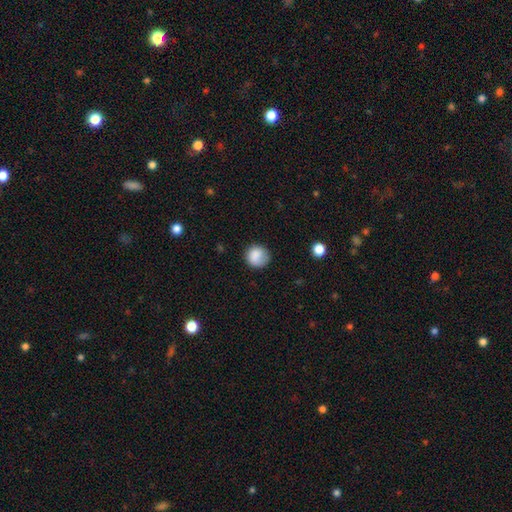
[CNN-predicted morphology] smooth-or-featured: smooth: 86% | star or artifact: 8% | featured or disk: 6%
  how-rounded: round: 89% | in between: 10% | cigar-shaped: 1%
  merging: none: 76% | minor disturbance: 17% | major disturbance: 6% | merger: 1%